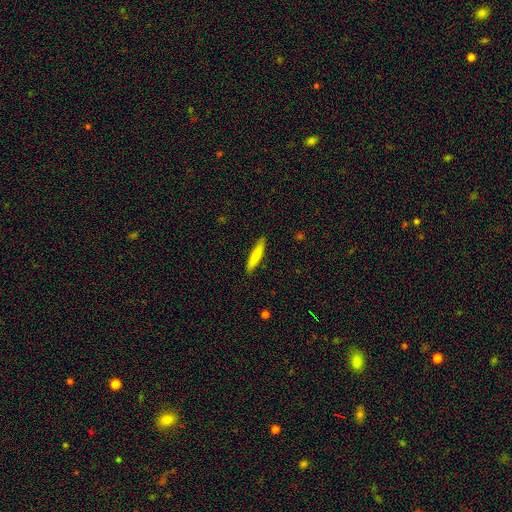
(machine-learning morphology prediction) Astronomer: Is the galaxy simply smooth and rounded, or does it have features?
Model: smooth — 78%.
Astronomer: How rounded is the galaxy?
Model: cigar-shaped — 89%.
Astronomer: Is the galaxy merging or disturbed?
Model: none — 89%.